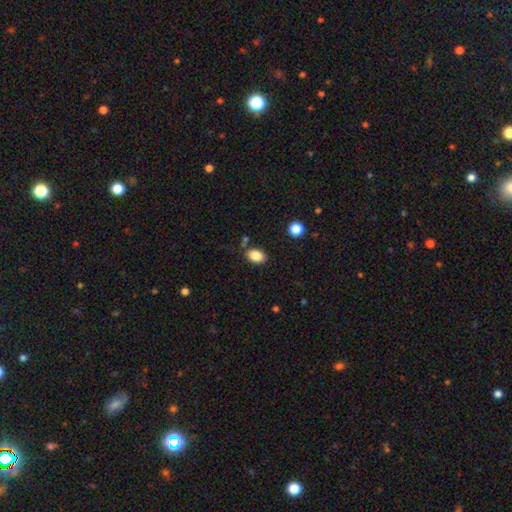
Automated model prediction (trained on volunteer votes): Morphology: type=smooth (86%); roundness=in between (81%); merging=none (81%).